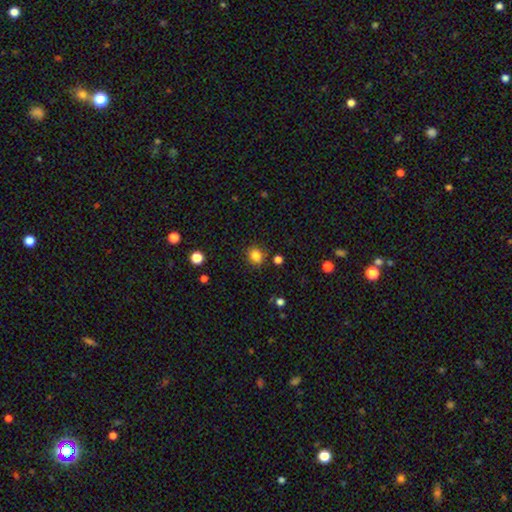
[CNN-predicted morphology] Q: Smooth or featured?
A: smooth (83%); runner-up: star or artifact (12%)
Q: How rounded?
A: round (64%); runner-up: in between (35%)
Q: Merging?
A: none (82%); runner-up: minor disturbance (11%)